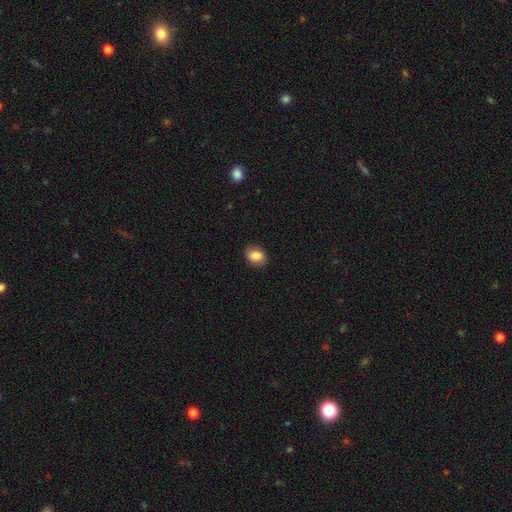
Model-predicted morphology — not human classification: Overall: smooth (81%). How rounded: in between (59%; round 40%). Merging: none (84%).